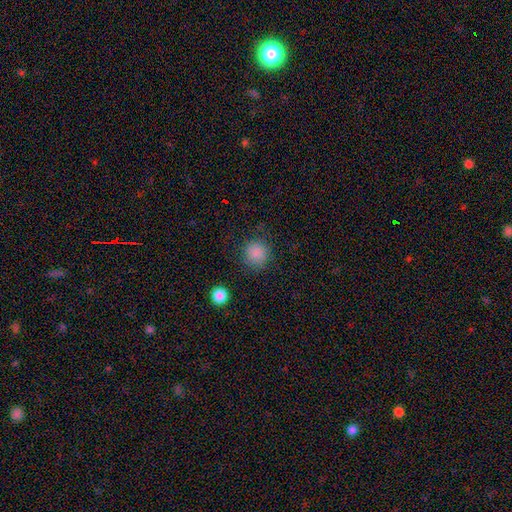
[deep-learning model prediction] A smooth galaxy with no disk features (84%) that is round (92%). Merging: none (86%).